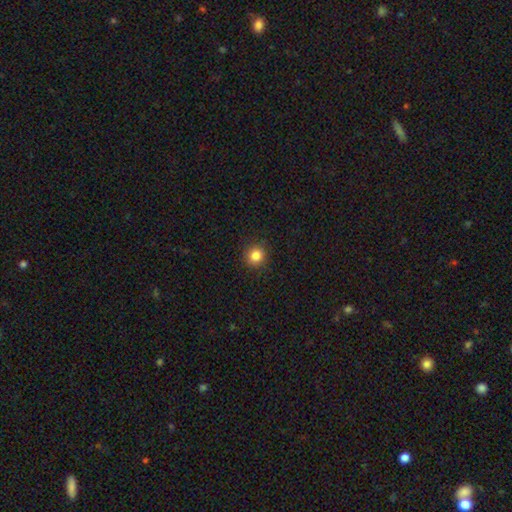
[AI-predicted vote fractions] Smooth or featured? Predicted: smooth (p=0.84). How rounded? Predicted: round (p=0.91). Merging? Predicted: none (p=0.91).